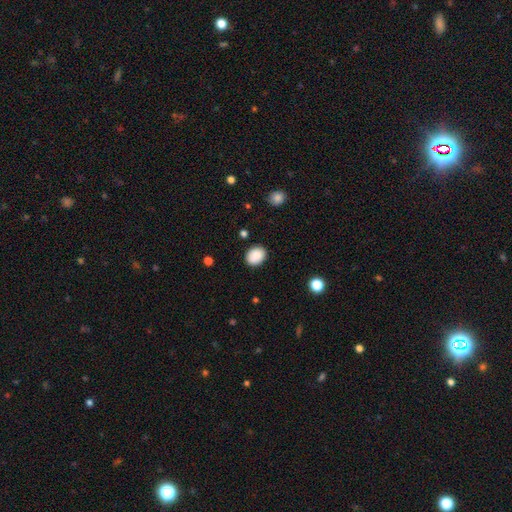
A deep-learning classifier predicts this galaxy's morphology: The model was most divided on "how rounded": in between: 52%, round: 47%, cigar-shaped: 1%. More confident: smooth or featured — smooth (87%); merging — none (84%).